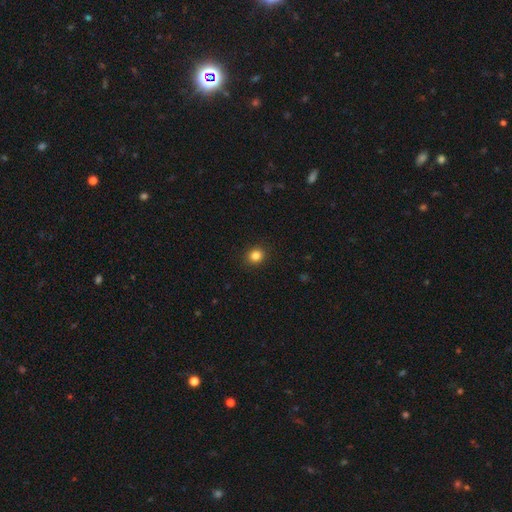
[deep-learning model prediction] Smooth or featured: smooth — 84% (star or artifact — 12%)
How rounded: round — 82% (in between — 17%)
Merging: none — 91% (minor disturbance — 6%)